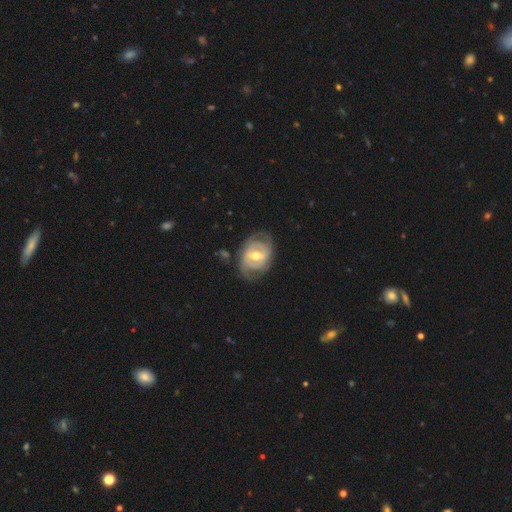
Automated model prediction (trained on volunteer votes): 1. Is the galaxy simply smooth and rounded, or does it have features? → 79% featured or disk, 16% smooth, 5% star or artifact.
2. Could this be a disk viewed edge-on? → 96% no, 4% yes.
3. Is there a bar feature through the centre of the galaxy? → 45% weak, 32% strong, 23% no.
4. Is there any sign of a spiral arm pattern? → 80% yes, 20% no.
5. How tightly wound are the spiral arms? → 55% tight, 33% medium, 13% loose.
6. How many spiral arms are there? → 53% 2, 28% can't tell, 10% 3, 4% 1, 3% 4, 2% more than 4.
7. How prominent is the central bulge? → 76% moderate, 16% small, 7% large, 1% none, 1% dominant.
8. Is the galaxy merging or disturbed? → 67% none, 21% minor disturbance, 10% major disturbance, 2% merger.